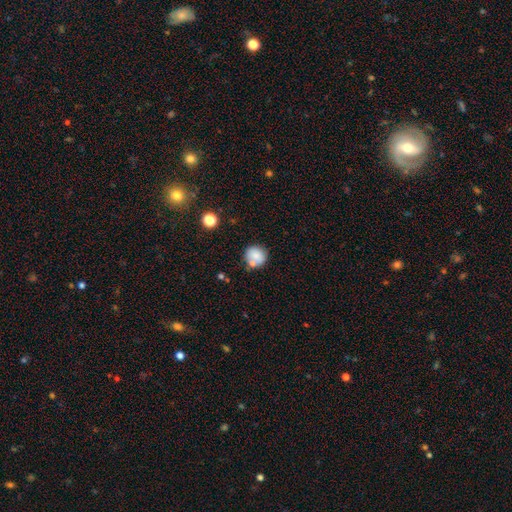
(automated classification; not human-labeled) Morphology: type=smooth (79%); roundness=round (87%); merging=none (65%).